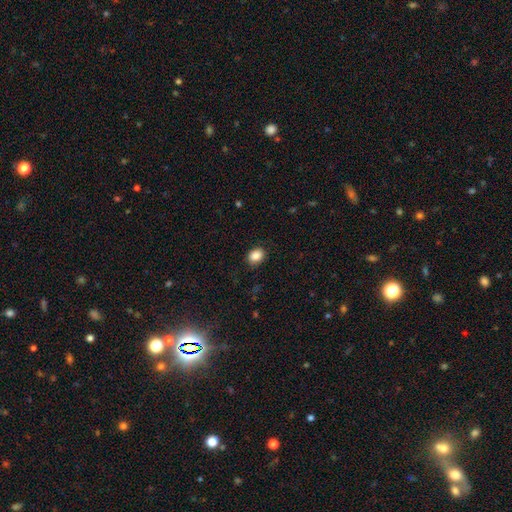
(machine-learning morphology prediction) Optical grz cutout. It shows a smooth galaxy with no disk features (88%) that is in between round and cigar-shaped (60%). Merging: none (87%).